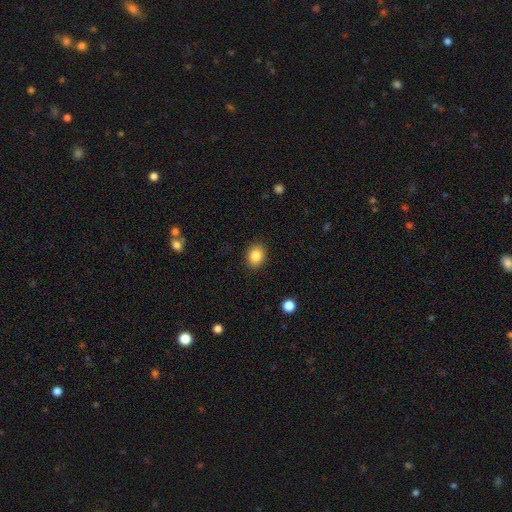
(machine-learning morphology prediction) Smooth or featured?
  - smooth: 86% *
  - star or artifact: 9%
  - featured or disk: 5%
How rounded?
  - in between: 56% *
  - round: 43%
  - cigar-shaped: 1%
Merging?
  - none: 89% *
  - minor disturbance: 8%
  - major disturbance: 2%
  - merger: 1%